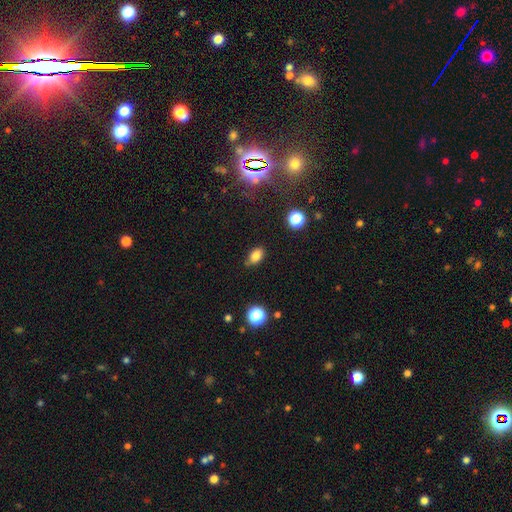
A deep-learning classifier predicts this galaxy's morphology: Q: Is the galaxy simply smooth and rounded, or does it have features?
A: smooth — 80%.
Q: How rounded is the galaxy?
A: in between — 85%.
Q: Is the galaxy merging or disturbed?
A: none — 75%.